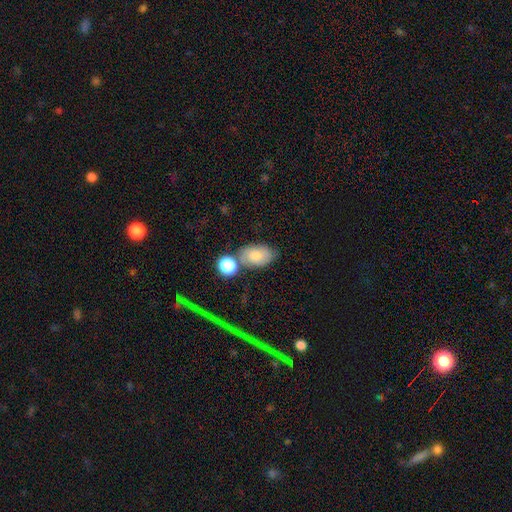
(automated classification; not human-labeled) This appears to be a smooth galaxy with no disk features (68%) that is in between round and cigar-shaped (85%). Merging: none (54%).